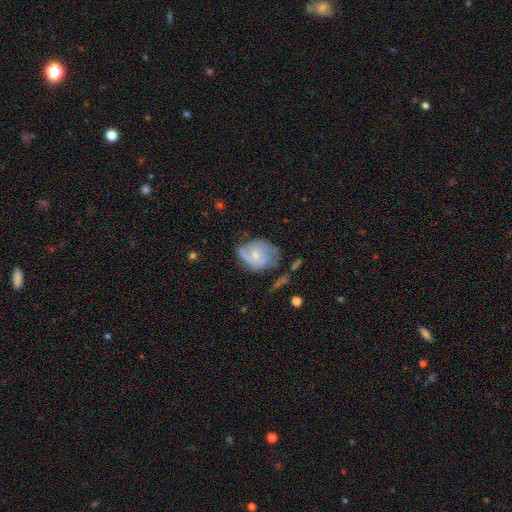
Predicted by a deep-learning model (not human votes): Overall: featured or disk (64%; smooth 29%). Edge-on disk: no (97%). Bar: no (55%; weak 38%). Spiral arms: yes (85%). Spiral arm count: 2 (49%; can't tell 23%). Spiral winding: medium (42%; tight 33%). Bulge size: small (59%; moderate 32%). Merging: none (45%; minor disturbance 30%).